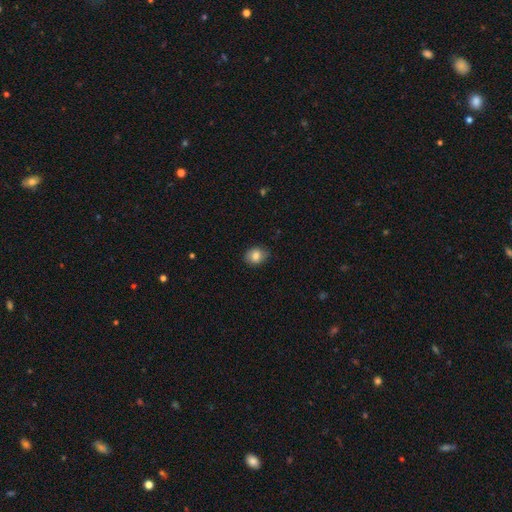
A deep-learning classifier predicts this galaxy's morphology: Smooth or featured? smooth (82%)
How rounded? in between (52%)
Merging? none (80%)